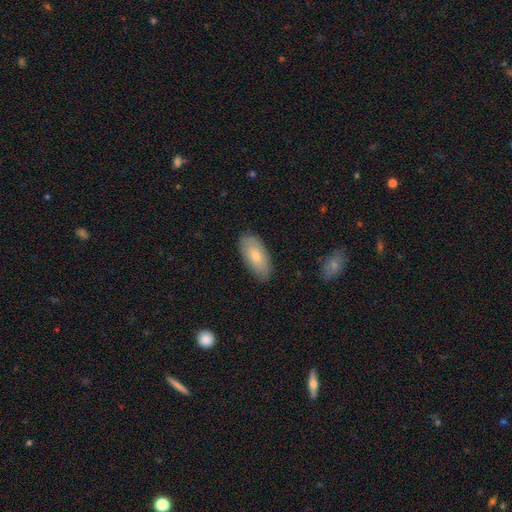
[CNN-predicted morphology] type=smooth (73%); roundness=in between (90%); merging=none (85%).